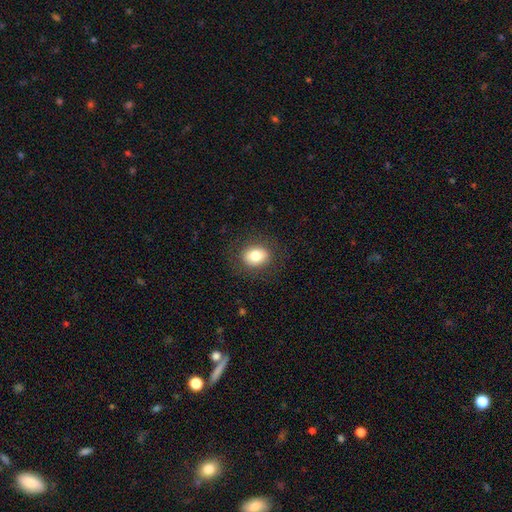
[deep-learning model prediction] Smooth or featured? smooth (79%)
How rounded? round (51%)
Merging? none (85%)